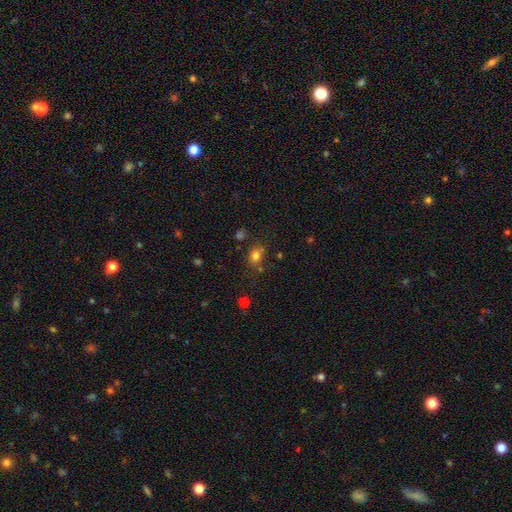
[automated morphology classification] type=smooth (77%); roundness=in between (57%); merging=none (68%).